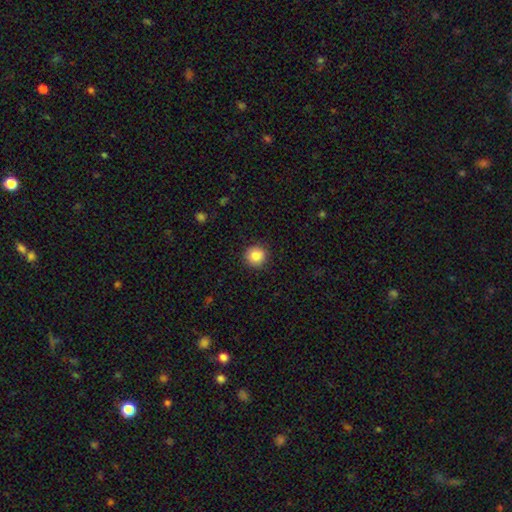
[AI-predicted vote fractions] Smooth or featured?
  - smooth: 86% *
  - star or artifact: 9%
  - featured or disk: 5%
How rounded?
  - round: 93% *
  - in between: 6%
  - cigar-shaped: 1%
Merging?
  - none: 91% *
  - minor disturbance: 6%
  - major disturbance: 2%
  - merger: 1%